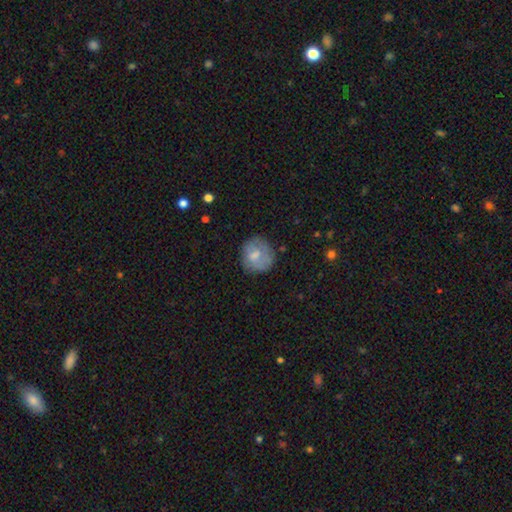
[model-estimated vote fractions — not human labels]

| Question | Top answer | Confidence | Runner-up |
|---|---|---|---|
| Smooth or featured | smooth | 66% | featured or disk (26%) |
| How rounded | round | 81% | in between (18%) |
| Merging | none | 67% | minor disturbance (22%) |